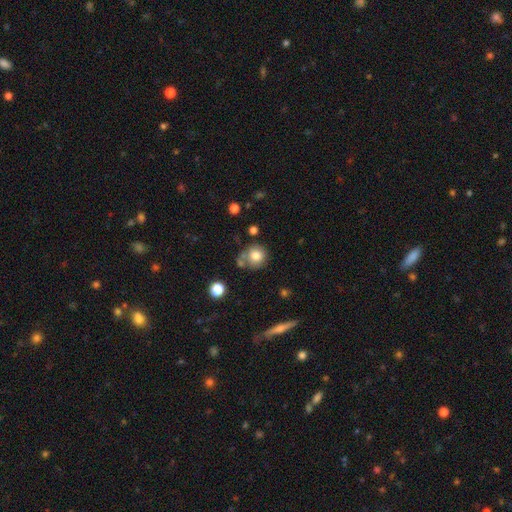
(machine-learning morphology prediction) Smooth or featured? Predicted: smooth (p=0.77). How rounded? Predicted: round (p=0.88). Merging? Predicted: none (p=0.61).